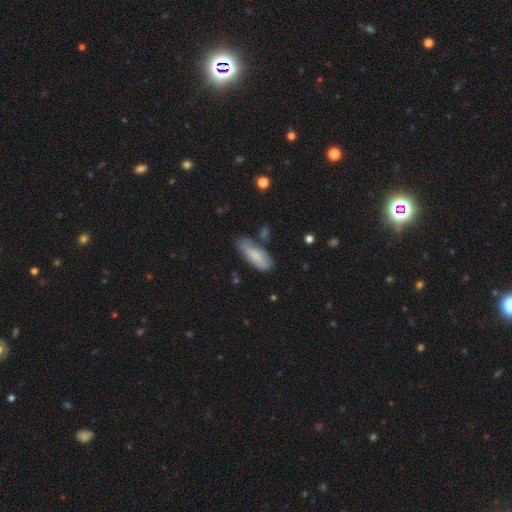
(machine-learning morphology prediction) Q: Smooth or featured?
A: smooth (75%); runner-up: featured or disk (19%)
Q: How rounded?
A: in between (72%); runner-up: cigar-shaped (26%)
Q: Merging?
A: none (60%); runner-up: minor disturbance (27%)